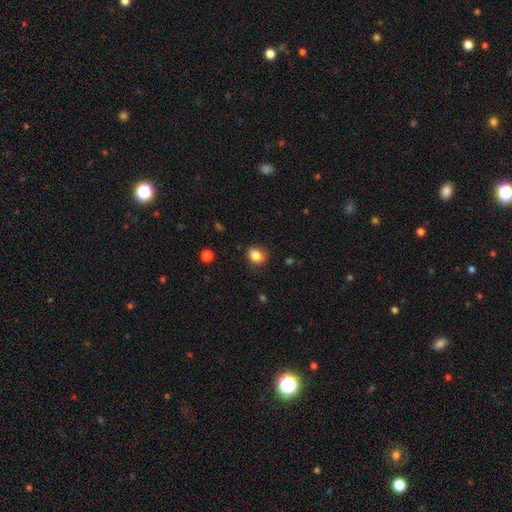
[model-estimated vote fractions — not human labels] smooth 85%, star or artifact 10%, featured or disk 6%. Down the decision tree: how rounded — in between (53%); merging — none (79%).